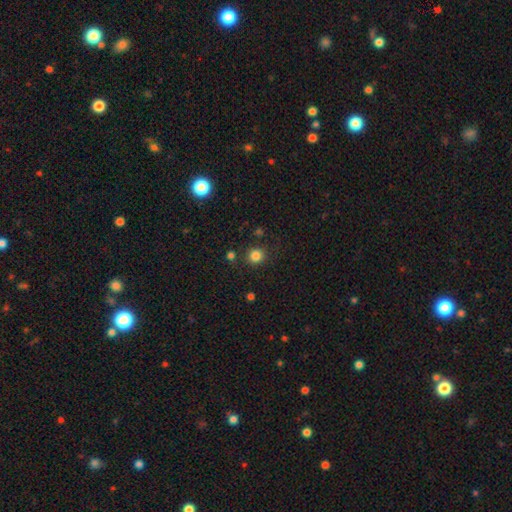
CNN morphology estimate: Smooth or featured? Predicted: smooth (p=0.83). How rounded? Predicted: round (p=0.91). Merging? Predicted: none (p=0.84).